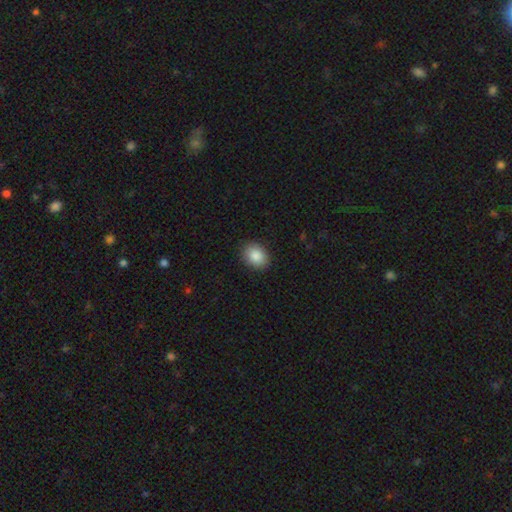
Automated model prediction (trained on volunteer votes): Q: Smooth or featured?
A: smooth (88%); runner-up: star or artifact (7%)
Q: How rounded?
A: in between (63%); runner-up: round (36%)
Q: Merging?
A: none (89%); runner-up: minor disturbance (8%)